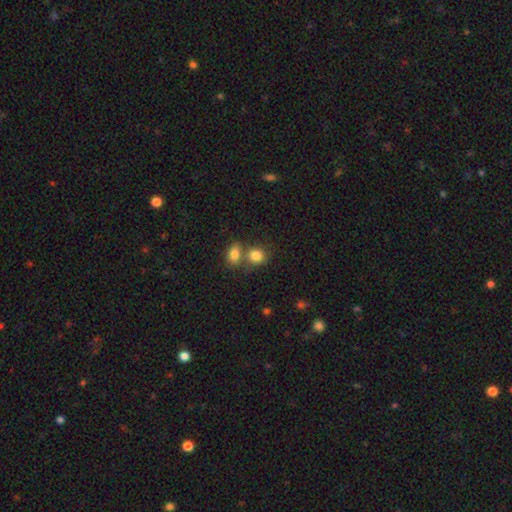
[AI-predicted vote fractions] smooth_or_featured: smooth (p=0.83) [alt: star or artifact p=0.10]
how_rounded: round (p=0.68) [alt: in between p=0.31]
merging: none (p=0.47) [alt: merger p=0.41]